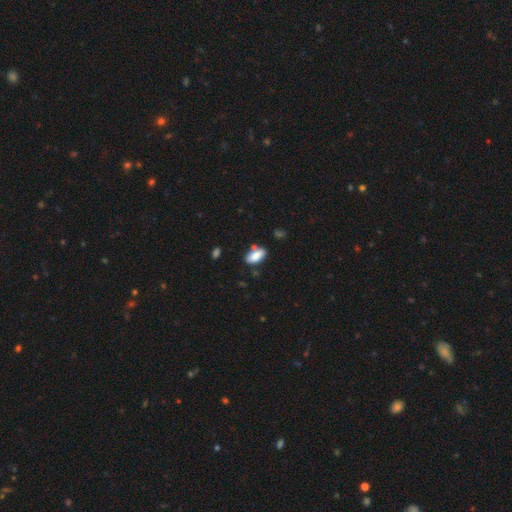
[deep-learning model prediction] This appears to be a smooth galaxy with no disk features (86%) that is in between round and cigar-shaped (89%). Merging: none (70%).